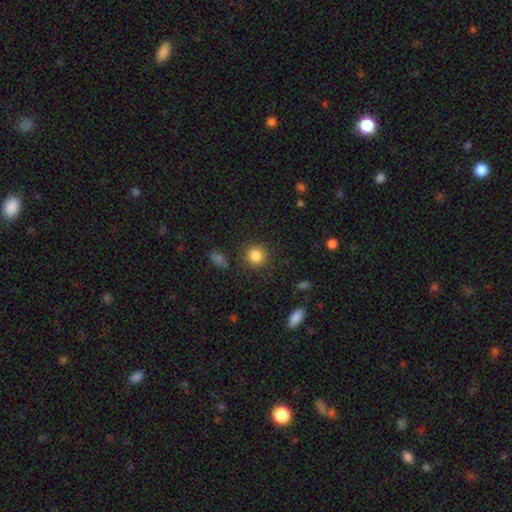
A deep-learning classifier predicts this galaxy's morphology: type=smooth (85%); roundness=round (91%); merging=none (89%).